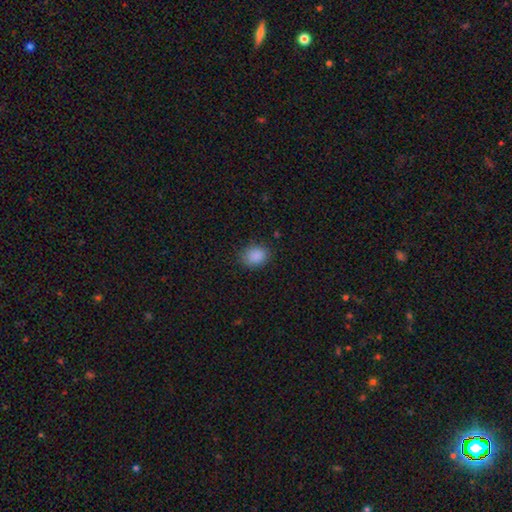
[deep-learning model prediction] This is clearly a smooth galaxy (88%). How rounded: possibly round (50%). Merging: clearly none (84%).